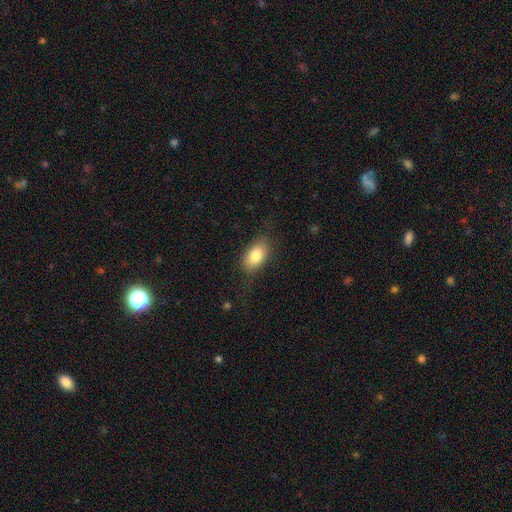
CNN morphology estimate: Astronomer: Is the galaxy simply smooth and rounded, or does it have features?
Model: smooth — 81%.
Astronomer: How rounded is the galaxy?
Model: in between — 91%.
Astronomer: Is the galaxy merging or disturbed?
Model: none — 77%.